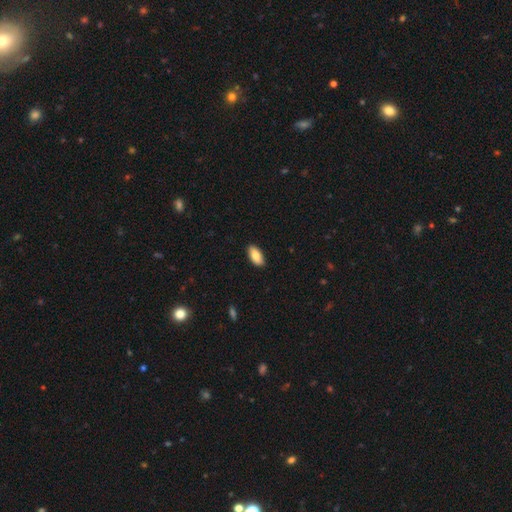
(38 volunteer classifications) Overall: smooth (92%). How rounded: in between (89%). Merging: none (87%).